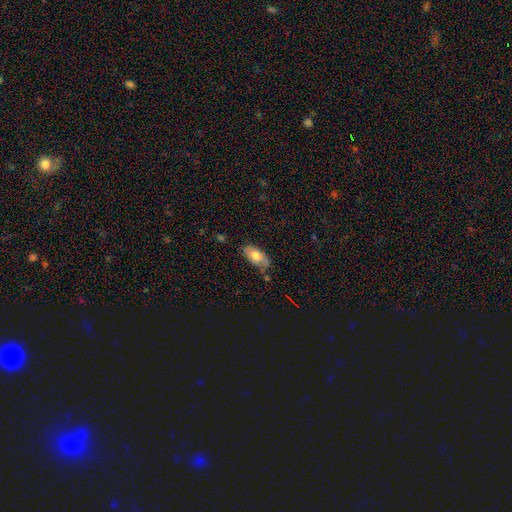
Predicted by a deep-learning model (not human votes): smooth_or_featured: smooth (p=0.70) [alt: featured or disk p=0.23]
how_rounded: in between (p=0.91) [alt: cigar-shaped p=0.05]
merging: none (p=0.58) [alt: minor disturbance p=0.30]